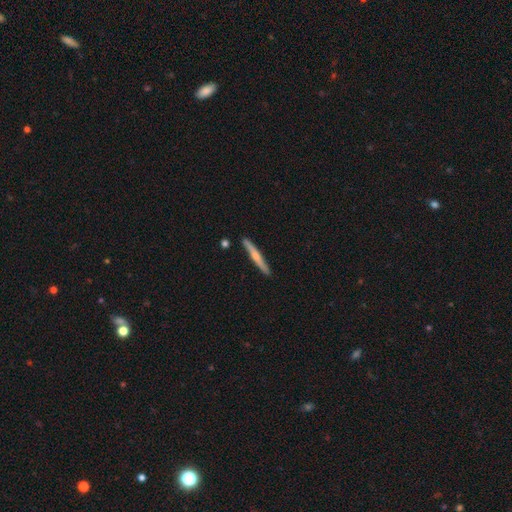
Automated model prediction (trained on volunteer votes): featured or disk 53%, smooth 41%, star or artifact 5%. Down the decision tree: edge-on disk — yes (96%); edge-on bulge — rounded (76%); merging — none (87%).